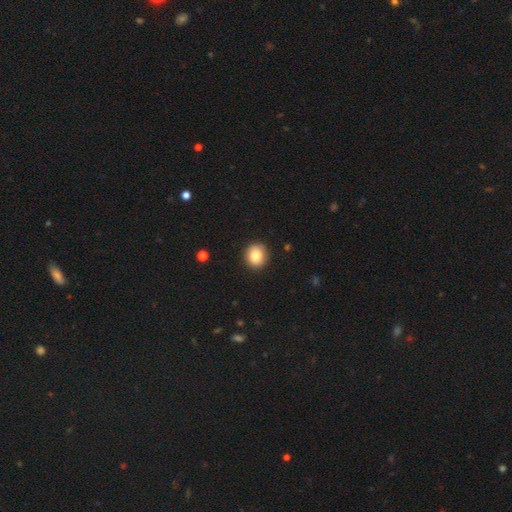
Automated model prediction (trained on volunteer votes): smooth_or_featured: smooth (p=0.85) [alt: star or artifact p=0.08]
how_rounded: round (p=0.82) [alt: in between p=0.17]
merging: none (p=0.86) [alt: minor disturbance p=0.10]